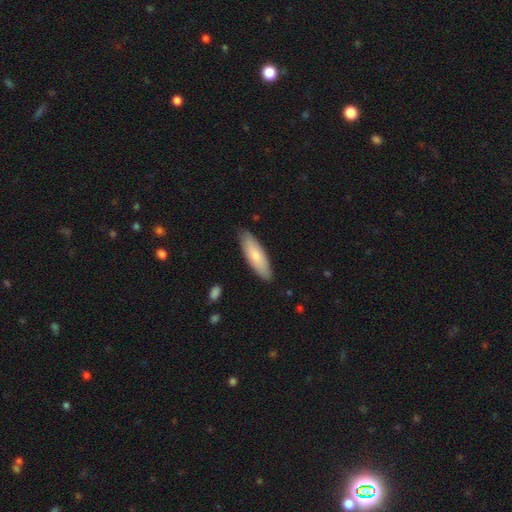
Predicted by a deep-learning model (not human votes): This appears to be a smooth galaxy with no disk features (77%) that is cigar-shaped (50%). Merging: none (86%).